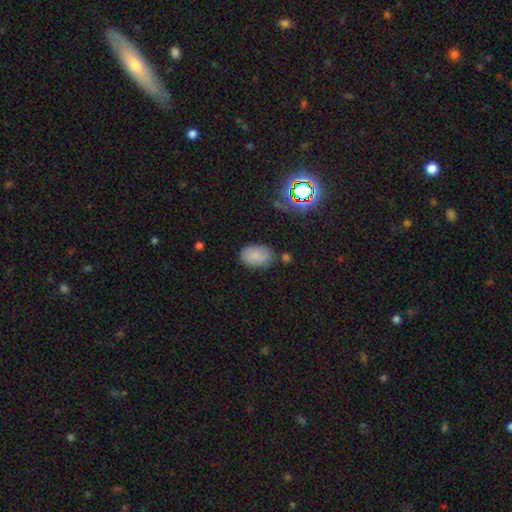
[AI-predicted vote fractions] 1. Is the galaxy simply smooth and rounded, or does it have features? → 82% smooth, 10% star or artifact, 8% featured or disk.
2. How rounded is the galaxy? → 87% in between, 12% round, 1% cigar-shaped.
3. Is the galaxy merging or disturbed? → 77% none, 15% minor disturbance, 4% merger, 4% major disturbance.